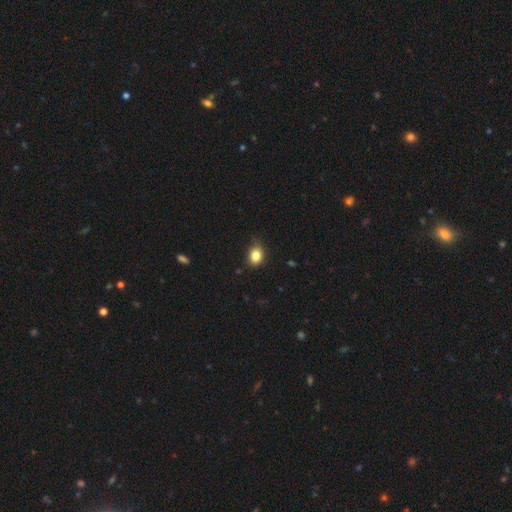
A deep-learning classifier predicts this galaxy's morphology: Smooth or featured?
  - smooth: 84% *
  - star or artifact: 10%
  - featured or disk: 6%
How rounded?
  - in between: 60% *
  - round: 39%
  - cigar-shaped: 1%
Merging?
  - none: 75% *
  - minor disturbance: 21%
  - major disturbance: 3%
  - merger: 1%